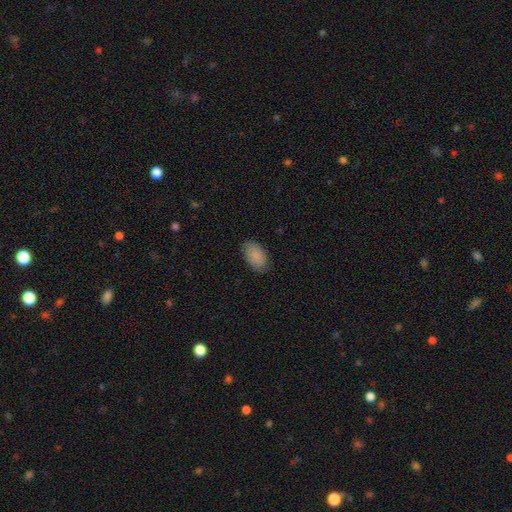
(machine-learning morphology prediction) A smooth galaxy with no disk features (89%) that is in between round and cigar-shaped (94%). Merging: none (85%).